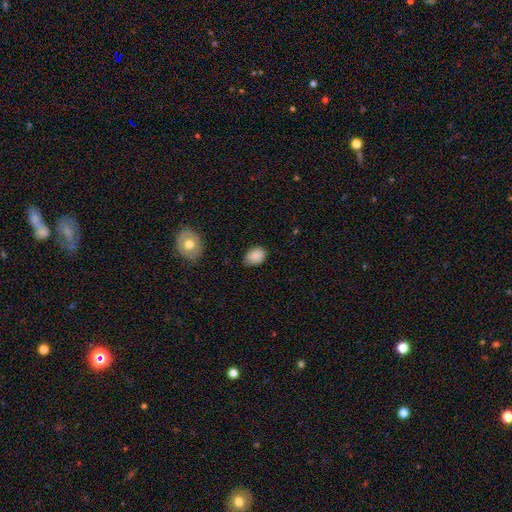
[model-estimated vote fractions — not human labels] A smooth galaxy with no disk features (86%) that is in between round and cigar-shaped (78%). Merging: none (70%).